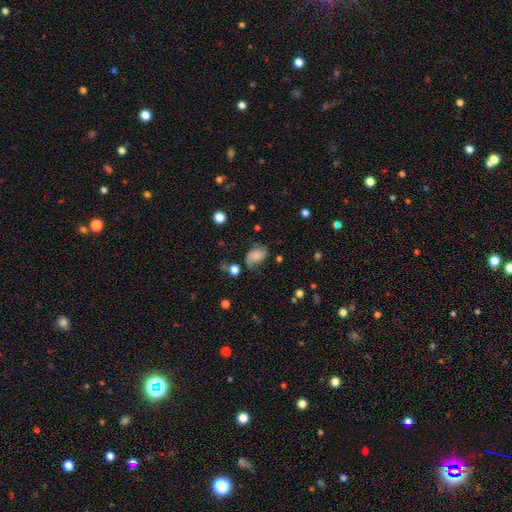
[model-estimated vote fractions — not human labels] Smooth or featured?
  - smooth: 55% *
  - featured or disk: 33%
  - star or artifact: 12%
How rounded?
  - in between: 79% *
  - round: 20%
  - cigar-shaped: 1%
Merging?
  - none: 43% *
  - minor disturbance: 32%
  - major disturbance: 21%
  - merger: 5%